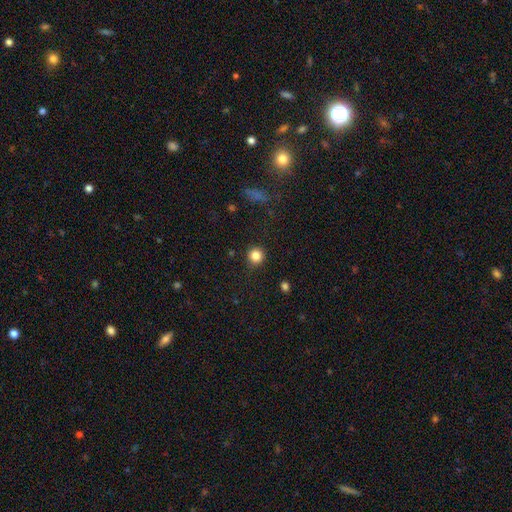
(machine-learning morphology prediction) Smooth or featured? smooth (83%)
How rounded? round (93%)
Merging? none (89%)